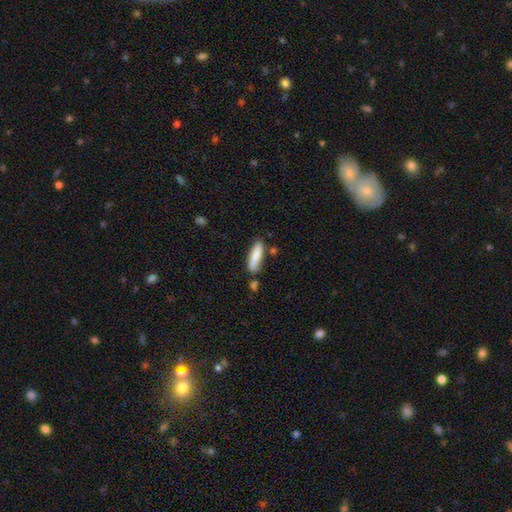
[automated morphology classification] A smooth galaxy with no disk features (83%) that is cigar-shaped (63%).

Vote fractions:
- Smooth or featured? smooth: 83% / featured or disk: 11% / star or artifact: 6%
- How rounded? cigar-shaped: 63% / in between: 36% / round: 2%
- Merging? none: 69% / minor disturbance: 18% / merger: 8% / major disturbance: 4%